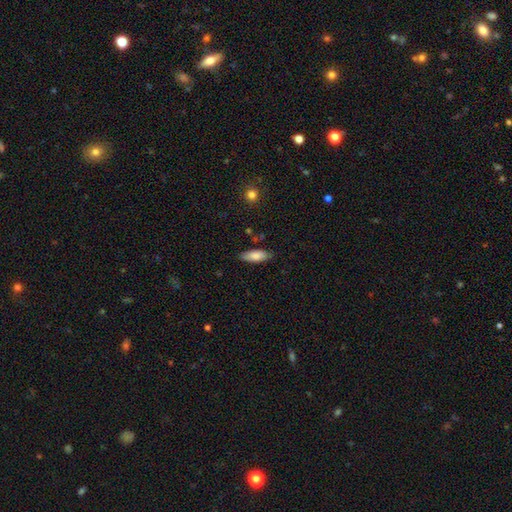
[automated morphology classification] Smooth or featured: smooth — 81% (featured or disk — 12%)
How rounded: in between — 70% (cigar-shaped — 29%)
Merging: none — 84% (minor disturbance — 12%)